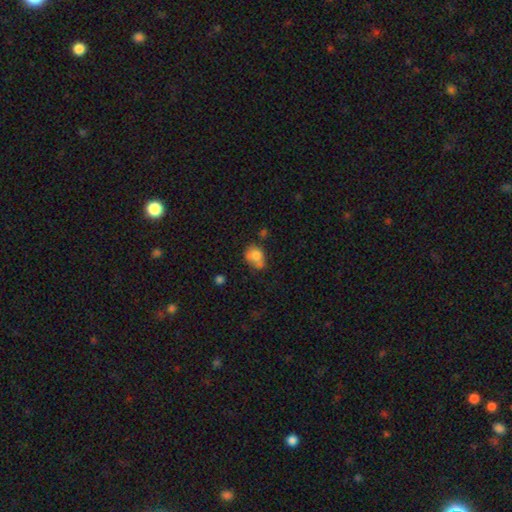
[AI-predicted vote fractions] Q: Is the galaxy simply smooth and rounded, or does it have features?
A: smooth — 71%.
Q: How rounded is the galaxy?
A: in between — 59%.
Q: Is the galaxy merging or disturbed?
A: none — 40%.